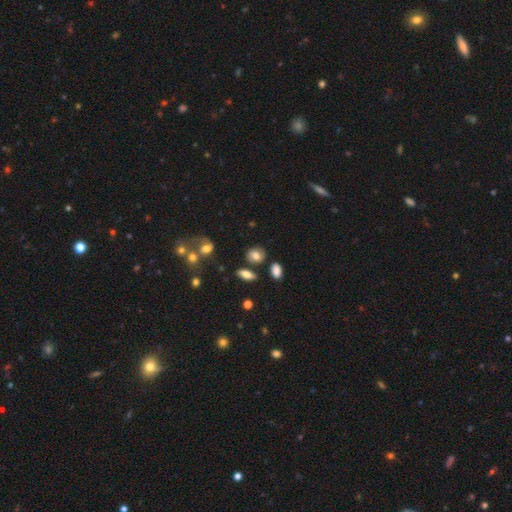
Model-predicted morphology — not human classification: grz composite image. It shows a smooth galaxy with no disk features (76%) that is in between round and cigar-shaped (53%). Merging: none (73%).